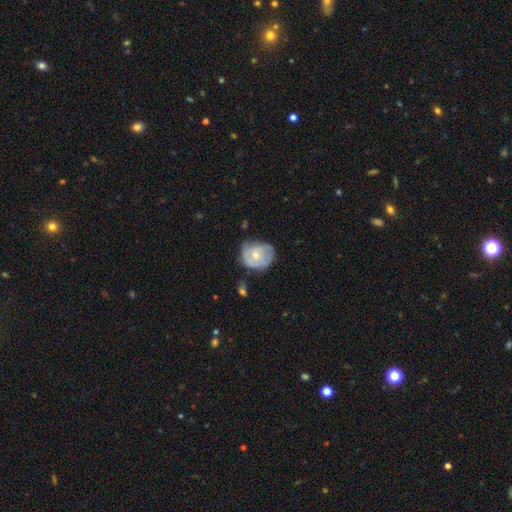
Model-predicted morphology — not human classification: Q: Smooth or featured?
A: featured or disk (47%); tied with: smooth (47%)
Q: Merging?
A: none (48%); runner-up: minor disturbance (35%)